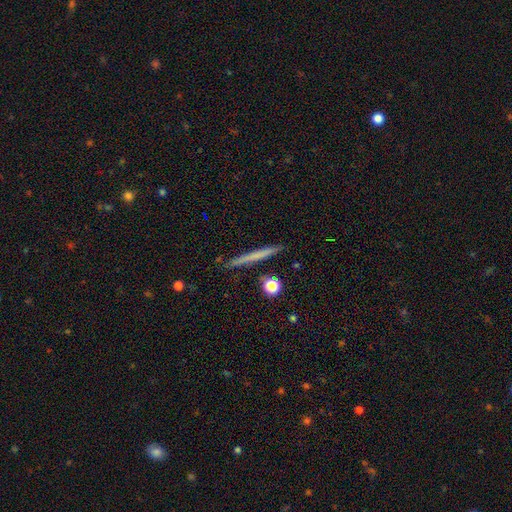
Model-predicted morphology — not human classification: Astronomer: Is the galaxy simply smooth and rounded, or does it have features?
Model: smooth — 55% (runner-up: featured or disk, 37%).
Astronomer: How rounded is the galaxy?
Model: cigar-shaped — 95%.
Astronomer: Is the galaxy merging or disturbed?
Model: none — 89%.